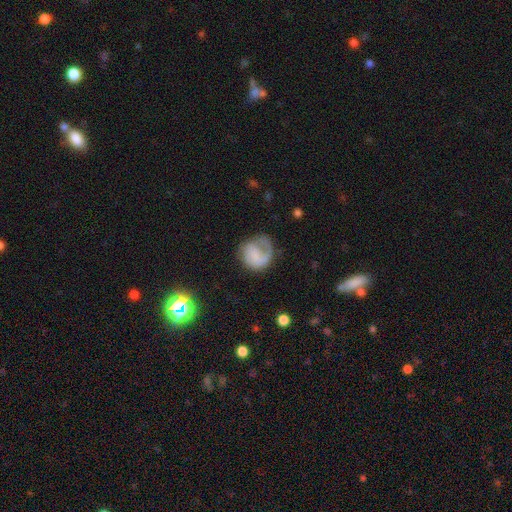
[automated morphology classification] Smooth or featured? Predicted: featured or disk (p=0.50). Edge-on disk? Predicted: no (p=0.98). Merging? Predicted: none (p=0.49).